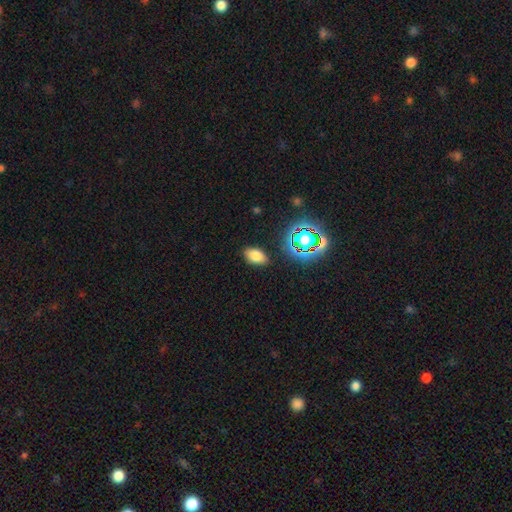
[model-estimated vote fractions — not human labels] Overall: smooth (75%). How rounded: in between (90%). Merging: none (86%).